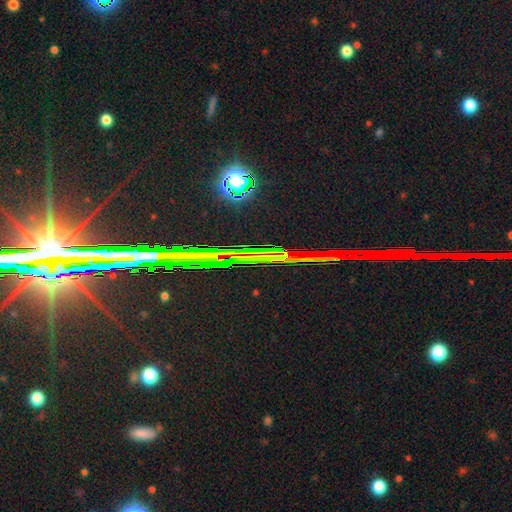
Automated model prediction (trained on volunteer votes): A star or artifact, not a galaxy (82%).